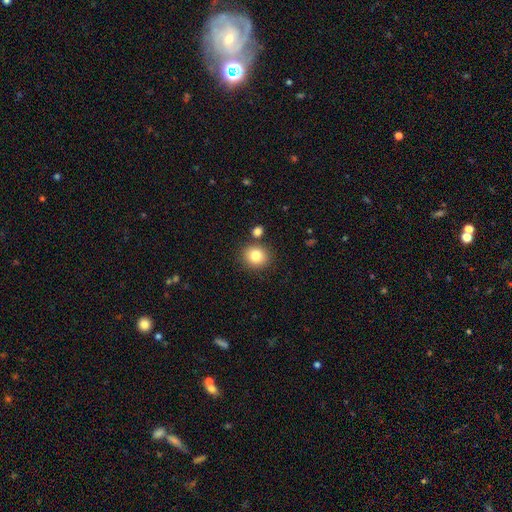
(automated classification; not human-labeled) A smooth galaxy with no disk features (83%) that is round (82%). Merging: none (82%).